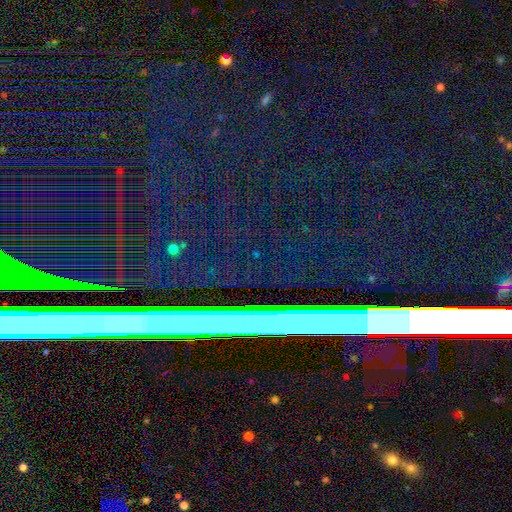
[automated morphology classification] type=star or artifact (79%).